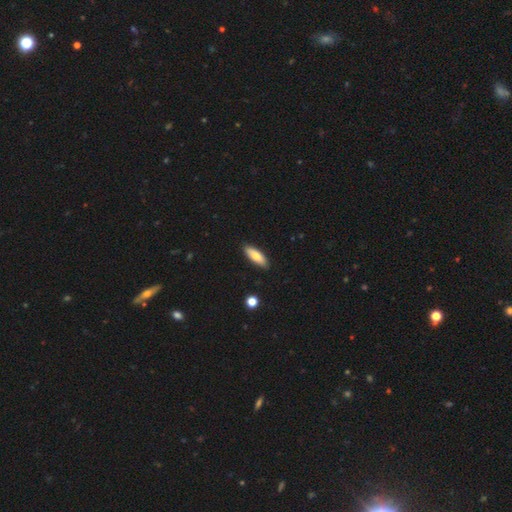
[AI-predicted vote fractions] Smooth or featured: smooth — 74% (featured or disk — 20%)
How rounded: in between — 60% (cigar-shaped — 38%)
Merging: none — 89% (minor disturbance — 8%)